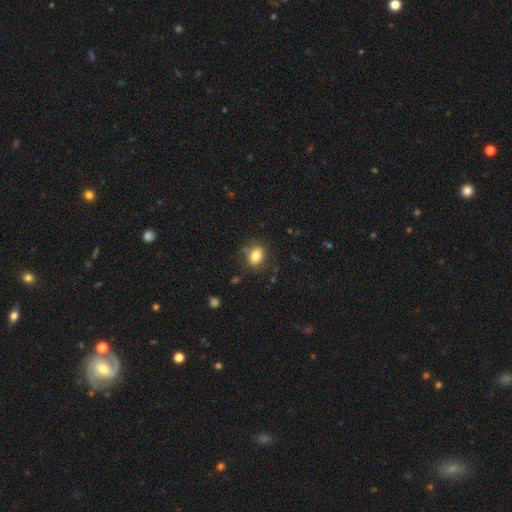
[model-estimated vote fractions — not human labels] smooth 80%, featured or disk 11%, star or artifact 9%. Down the decision tree: how rounded — in between (68%); merging — none (76%).